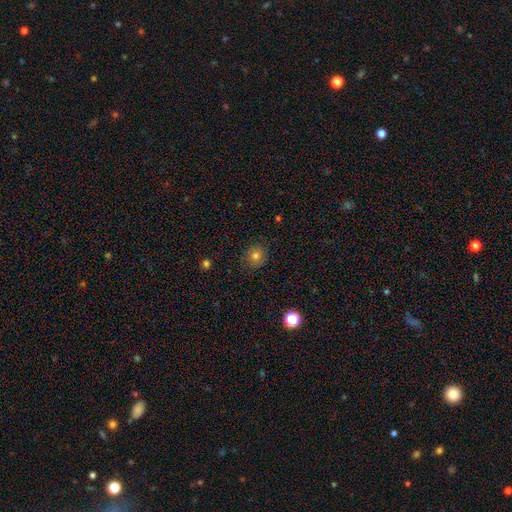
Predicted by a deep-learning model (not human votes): The model was most divided on "smooth or featured": smooth: 79%, star or artifact: 13%, featured or disk: 8%. More confident: merging — none (87%); how rounded — round (83%).